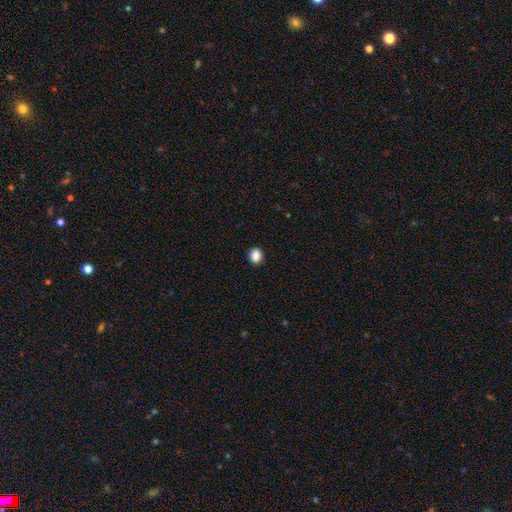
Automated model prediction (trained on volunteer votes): Smooth or featured?
  - smooth: 87% *
  - star or artifact: 10%
  - featured or disk: 3%
How rounded?
  - round: 66% *
  - in between: 33%
  - cigar-shaped: 1%
Merging?
  - none: 91% *
  - minor disturbance: 6%
  - major disturbance: 2%
  - merger: 1%